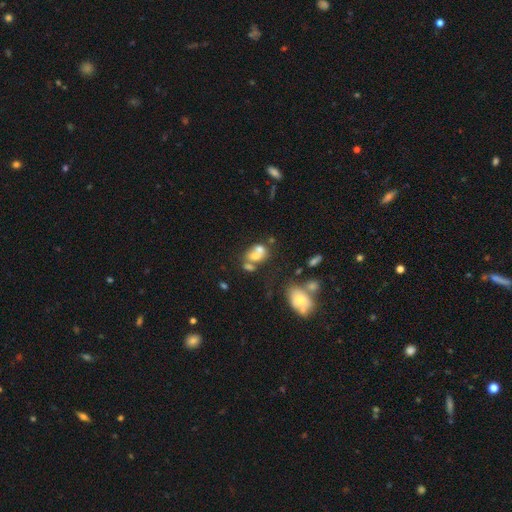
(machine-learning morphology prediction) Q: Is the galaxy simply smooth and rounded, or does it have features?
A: smooth — 59%.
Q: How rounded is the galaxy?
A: in between — 61%.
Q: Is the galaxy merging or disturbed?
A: merger — 59%.